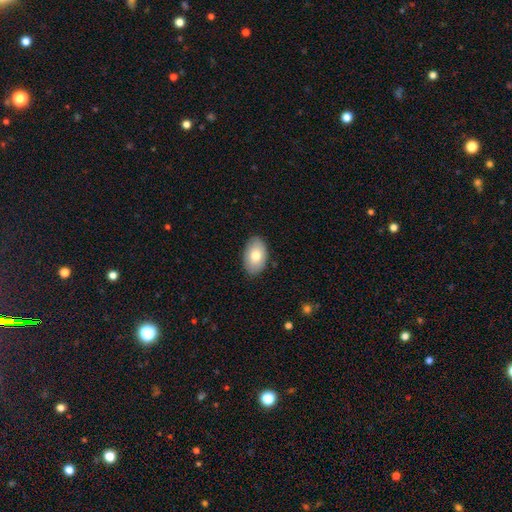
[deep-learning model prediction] A smooth galaxy with no disk features (76%) that is in between round and cigar-shaped (92%). Merging: none (86%).